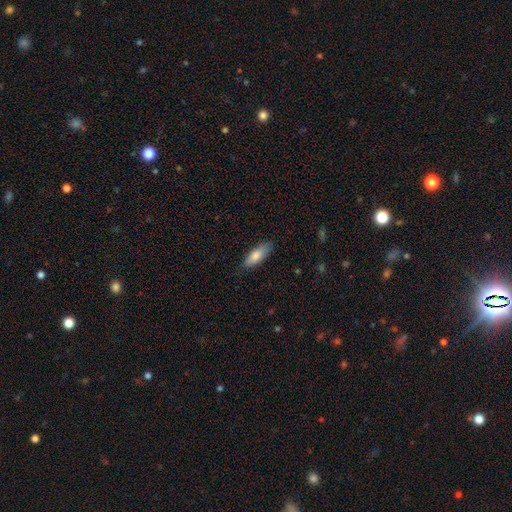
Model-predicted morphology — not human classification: Smooth or featured? smooth (79%)
How rounded? in between (59%)
Merging? none (82%)